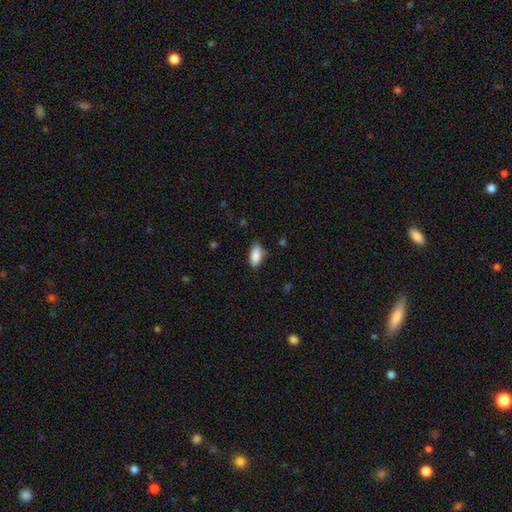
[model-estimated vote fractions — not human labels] Smooth or featured? smooth (88%)
How rounded? in between (87%)
Merging? none (80%)